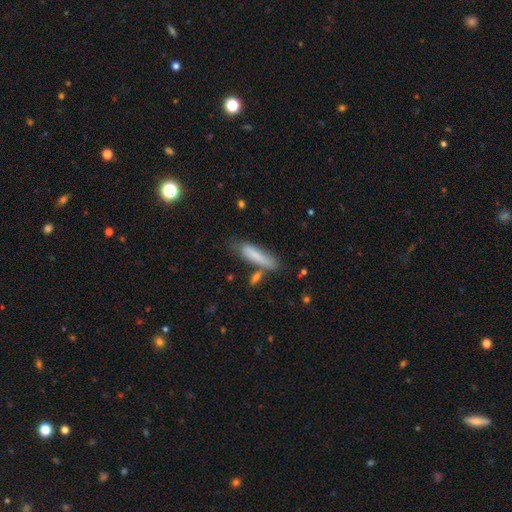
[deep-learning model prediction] smooth-or-featured: smooth: 80% | featured or disk: 13% | star or artifact: 7%
  how-rounded: cigar-shaped: 74% | in between: 24% | round: 2%
  merging: none: 62% | minor disturbance: 22% | merger: 10% | major disturbance: 6%